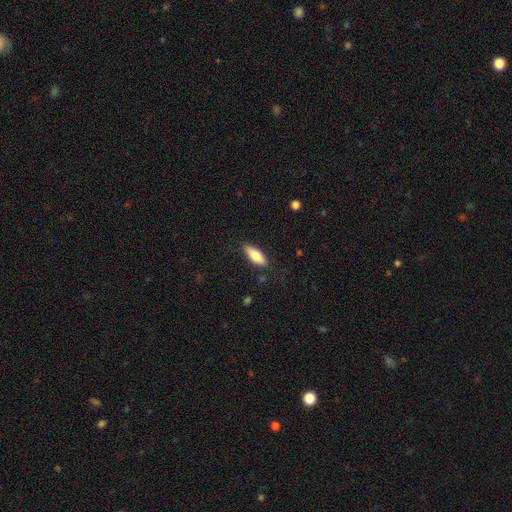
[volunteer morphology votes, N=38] Overall: smooth (74%). How rounded: in between (79%). Merging: none (89%).